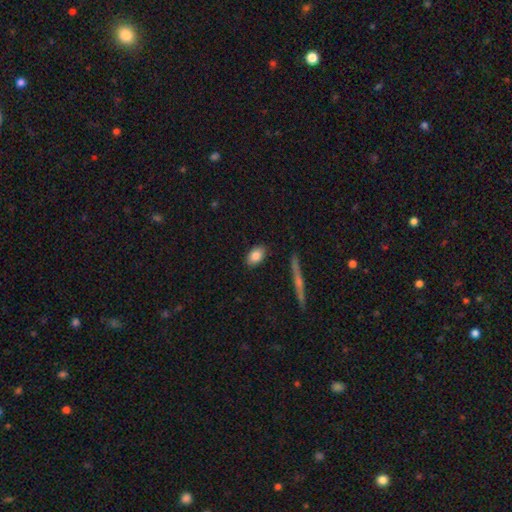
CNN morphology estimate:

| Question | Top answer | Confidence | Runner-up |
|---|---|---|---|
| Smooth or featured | smooth | 83% | featured or disk (10%) |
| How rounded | in between | 87% | round (10%) |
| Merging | none | 87% | minor disturbance (9%) |